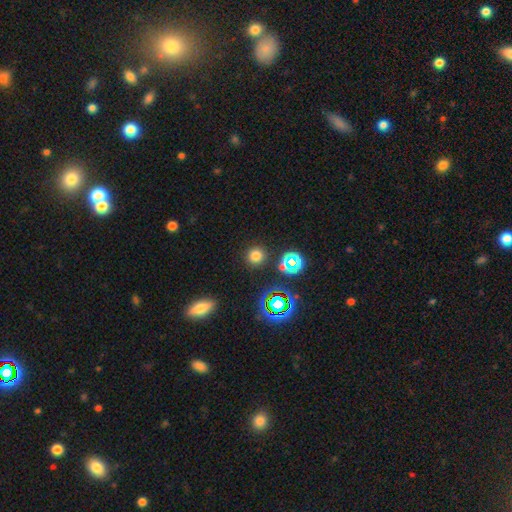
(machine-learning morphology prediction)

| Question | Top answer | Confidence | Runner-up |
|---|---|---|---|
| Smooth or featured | smooth | 72% | star or artifact (22%) |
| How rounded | round | 93% | in between (6%) |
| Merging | none | 89% | minor disturbance (6%) |